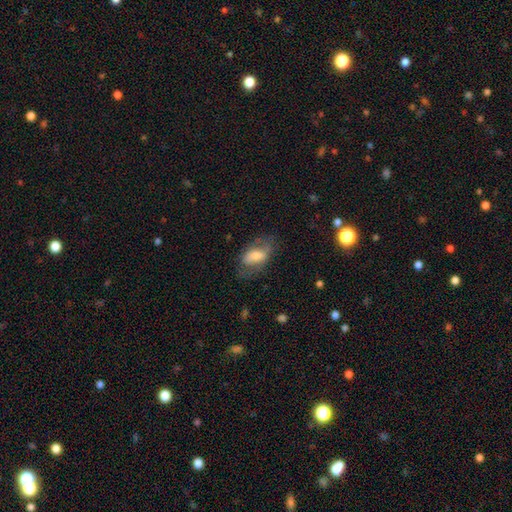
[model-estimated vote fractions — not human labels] This appears to be a smooth galaxy with no disk features (55%) that is in between round and cigar-shaped (89%). Merging: none (59%).